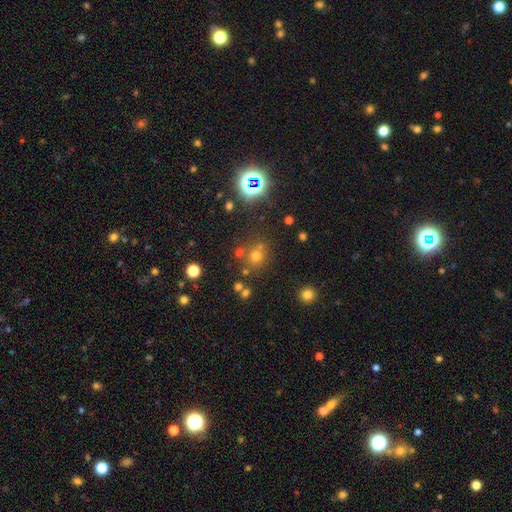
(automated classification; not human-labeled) A smooth galaxy with no disk features (55%) that is round (87%).

Vote fractions:
- Smooth or featured? smooth: 55% / star or artifact: 35% / featured or disk: 9%
- How rounded? round: 87% / in between: 12% / cigar-shaped: 1%
- Merging? none: 67% / merger: 19% / minor disturbance: 10% / major disturbance: 5%